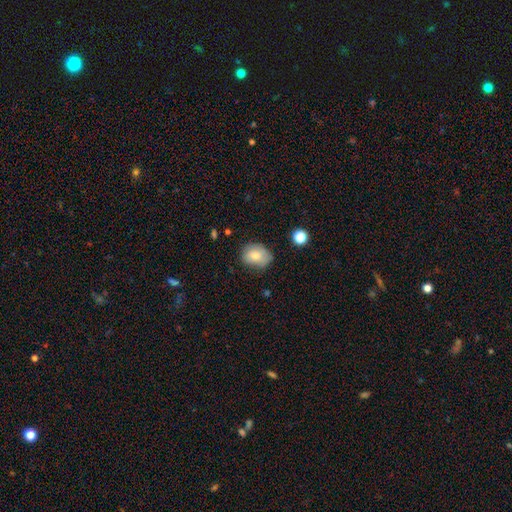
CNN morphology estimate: type=smooth (74%); roundness=in between (57%); merging=none (64%).